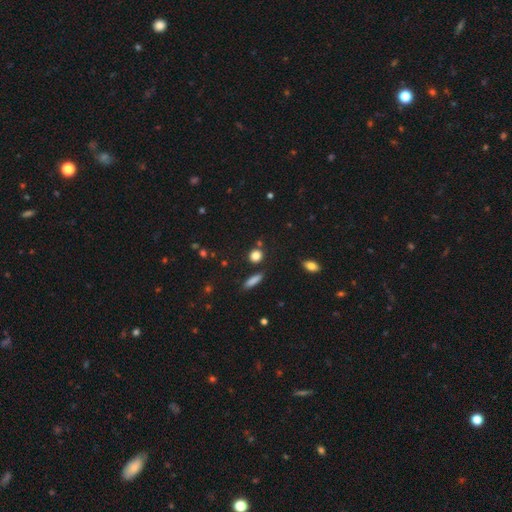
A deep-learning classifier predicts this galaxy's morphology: type=smooth (82%); roundness=round (80%); merging=none (82%).